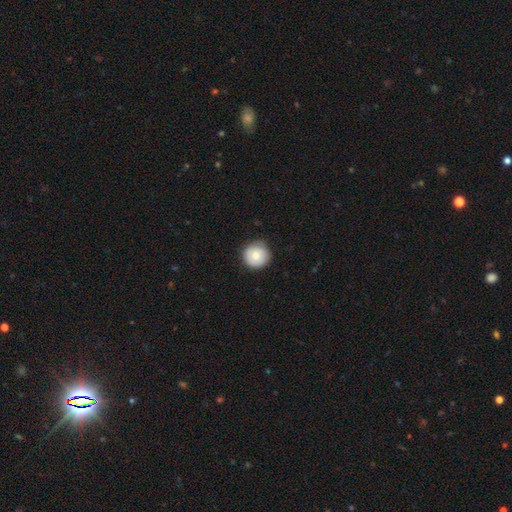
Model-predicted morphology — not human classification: Overall: smooth (76%). How rounded: round (95%). Merging: none (82%).